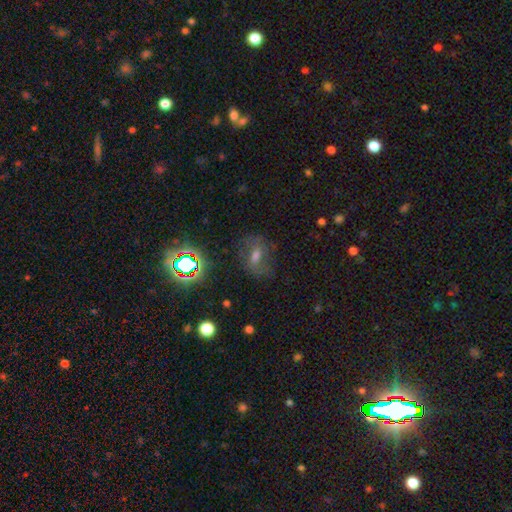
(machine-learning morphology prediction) Overall: featured or disk (36%; smooth 35%). Merging: none (68%).